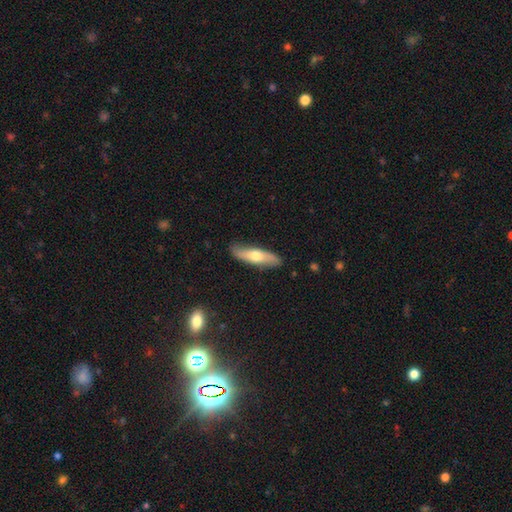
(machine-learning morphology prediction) This is possibly a smooth galaxy (57%). How rounded: likely cigar-shaped (65%). Merging: clearly none (85%).